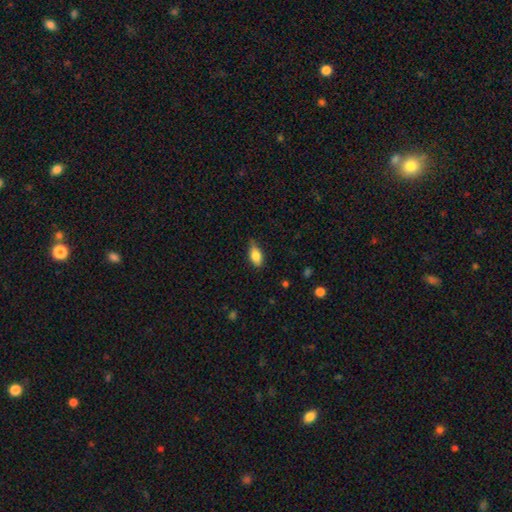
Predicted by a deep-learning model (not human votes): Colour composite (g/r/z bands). It shows a smooth galaxy with no disk features (82%) that is in between round and cigar-shaped (87%). Merging: none (66%).